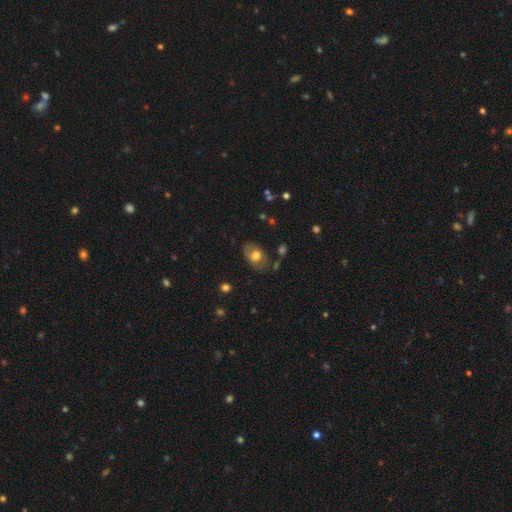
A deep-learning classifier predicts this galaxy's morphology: This appears to be a smooth galaxy with no disk features (66%) that is in between round and cigar-shaped (84%). Merging: none (69%).